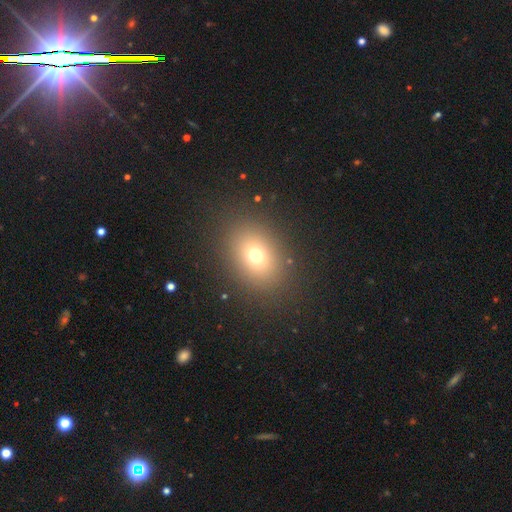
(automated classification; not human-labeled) A smooth galaxy with no disk features (71%) that is in between round and cigar-shaped (55%). Merging: none (87%).